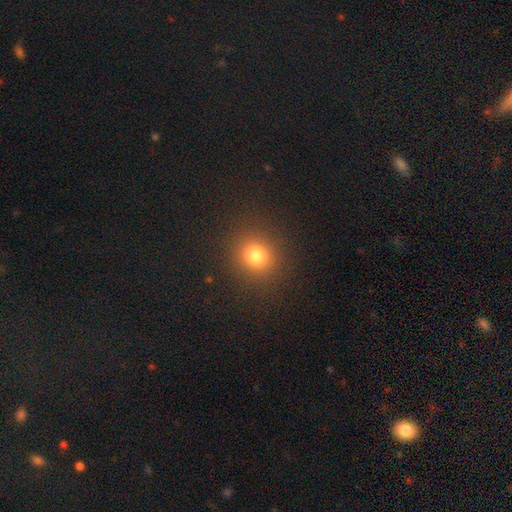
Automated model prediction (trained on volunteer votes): Smooth or featured?
  - smooth: 78% *
  - star or artifact: 16%
  - featured or disk: 7%
How rounded?
  - round: 84% *
  - in between: 16%
  - cigar-shaped: 1%
Merging?
  - none: 89% *
  - minor disturbance: 6%
  - major disturbance: 3%
  - merger: 1%